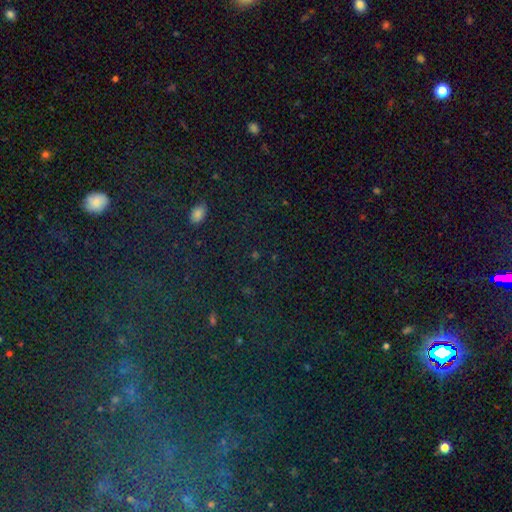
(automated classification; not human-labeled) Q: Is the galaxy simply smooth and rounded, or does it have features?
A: star or artifact — 74%.